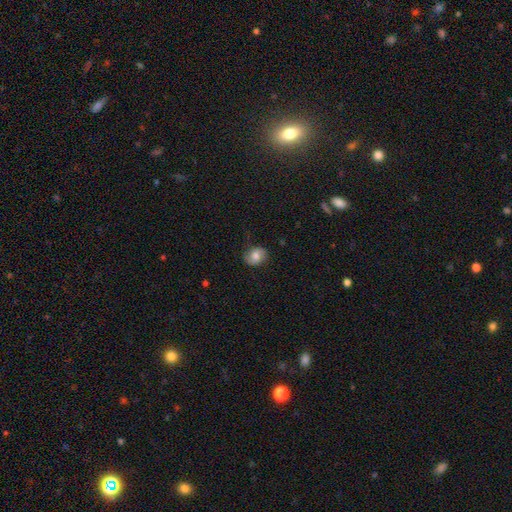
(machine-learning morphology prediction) This is likely a smooth galaxy (71%). How rounded: possibly in between (53%). Merging: likely none (78%).